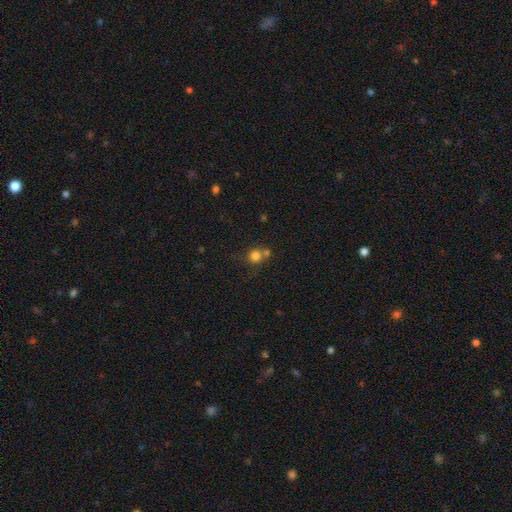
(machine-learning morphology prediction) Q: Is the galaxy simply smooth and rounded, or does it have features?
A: smooth — 79%.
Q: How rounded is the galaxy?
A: round — 89%.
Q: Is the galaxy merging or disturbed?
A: none — 54%.